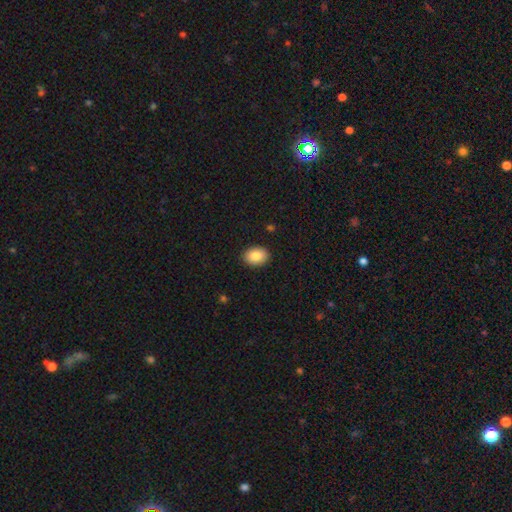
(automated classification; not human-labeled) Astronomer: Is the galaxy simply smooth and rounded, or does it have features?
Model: smooth — 85%.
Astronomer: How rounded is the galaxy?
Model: in between — 71%.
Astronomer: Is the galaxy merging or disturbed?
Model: none — 90%.